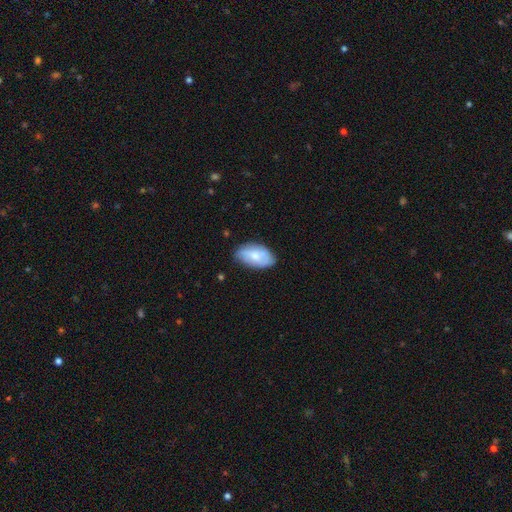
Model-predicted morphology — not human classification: Q: Smooth or featured?
A: smooth (67%); runner-up: featured or disk (27%)
Q: How rounded?
A: in between (94%); runner-up: round (4%)
Q: Merging?
A: none (70%); runner-up: minor disturbance (24%)